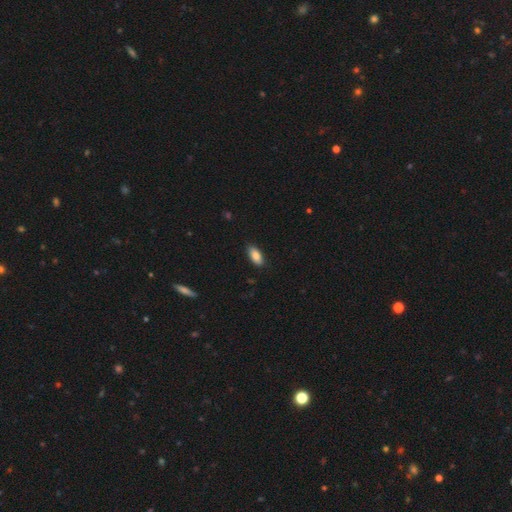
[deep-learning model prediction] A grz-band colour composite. It shows a smooth galaxy with no disk features (85%) that is in between round and cigar-shaped (90%). Merging: none (86%).